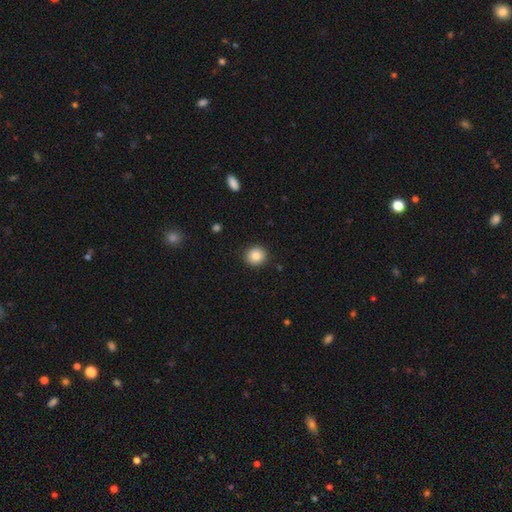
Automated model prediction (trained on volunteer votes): Q: Smooth or featured?
A: smooth (85%); runner-up: star or artifact (9%)
Q: How rounded?
A: round (89%); runner-up: in between (10%)
Q: Merging?
A: none (91%); runner-up: minor disturbance (6%)